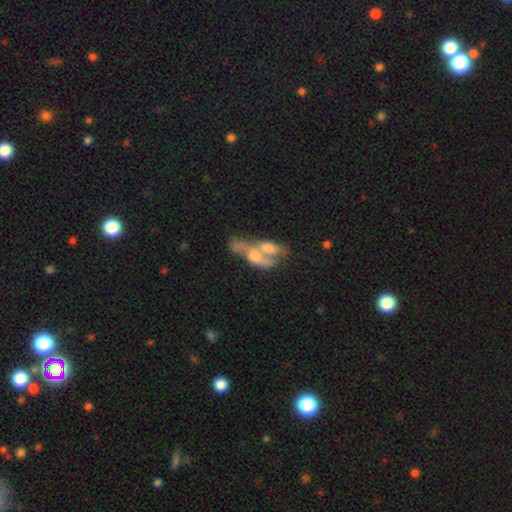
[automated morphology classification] type=featured or disk (52%); edge-on=no (83%); merging=merger (73%).